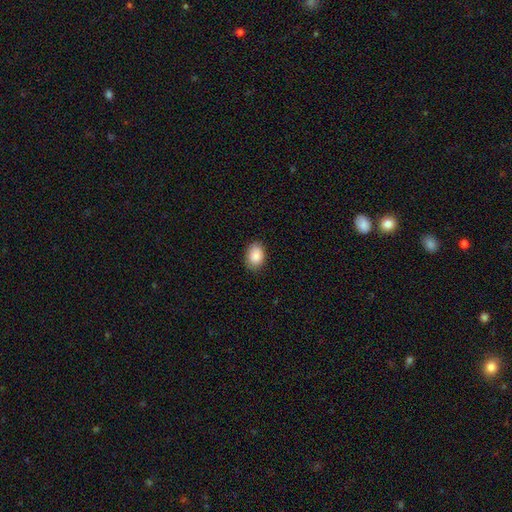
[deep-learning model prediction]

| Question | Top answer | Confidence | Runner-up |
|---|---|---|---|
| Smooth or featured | smooth | 88% | star or artifact (7%) |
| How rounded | in between | 81% | round (18%) |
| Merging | none | 86% | minor disturbance (11%) |